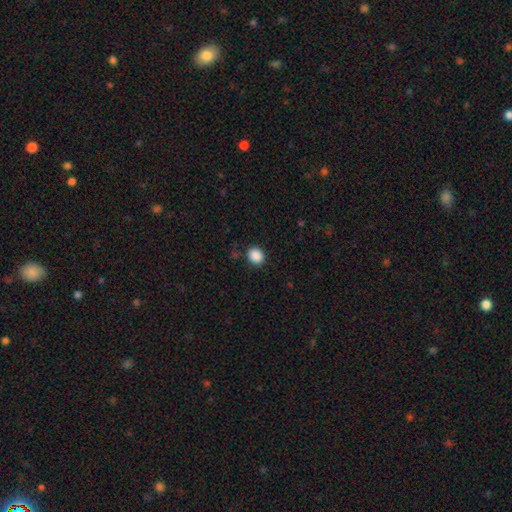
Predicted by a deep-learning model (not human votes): Morphology: type=smooth (88%); roundness=round (63%); merging=none (86%).